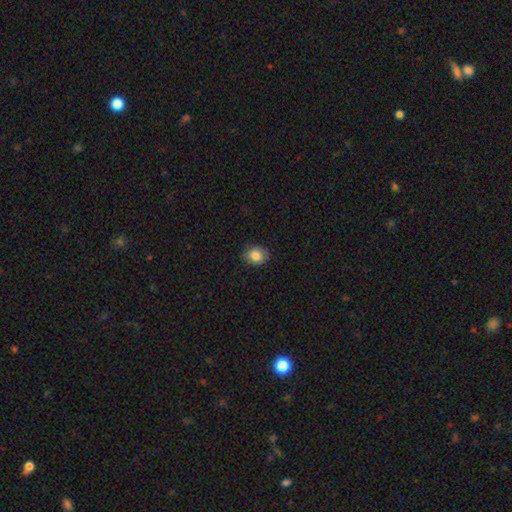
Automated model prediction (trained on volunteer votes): Smooth or featured? smooth (84%)
How rounded? round (51%)
Merging? none (86%)